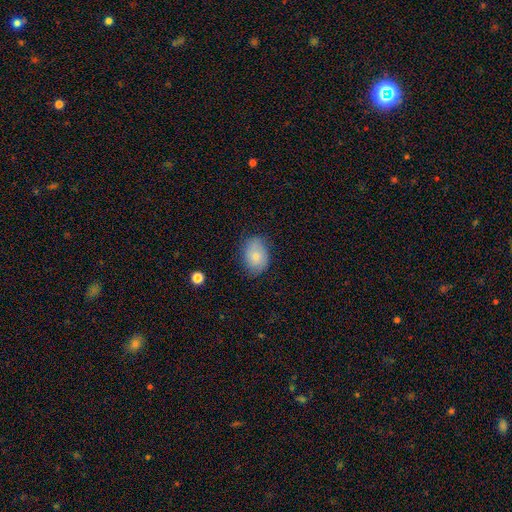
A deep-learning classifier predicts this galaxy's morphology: Smooth or featured: smooth — 77% (featured or disk — 15%)
How rounded: in between — 73% (round — 26%)
Merging: none — 72% (minor disturbance — 22%)